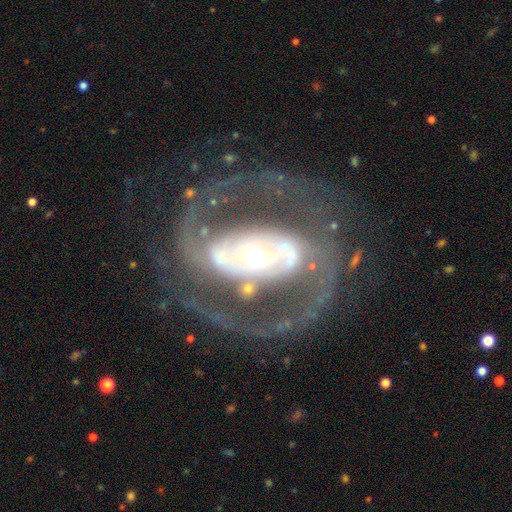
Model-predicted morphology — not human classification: smooth-or-featured: featured or disk: 89% | smooth: 5% | star or artifact: 5%
  disk-edge-on: no: 97% | yes: 3%
    bar: strong: 43% | no: 30% | weak: 27%
    has-spiral-arms: yes: 93% | no: 7%
      spiral-winding: medium: 56% | tight: 25% | loose: 19%
      spiral-arm-count: 2: 90% | can't tell: 3% | 3: 2% | 1: 2% | 4: 1% | more than 4: 1%
    bulge-size: moderate: 56% | small: 23% | large: 17% | dominant: 3% | none: 1%
  merging: none: 73% | major disturbance: 13% | minor disturbance: 12% | merger: 2%